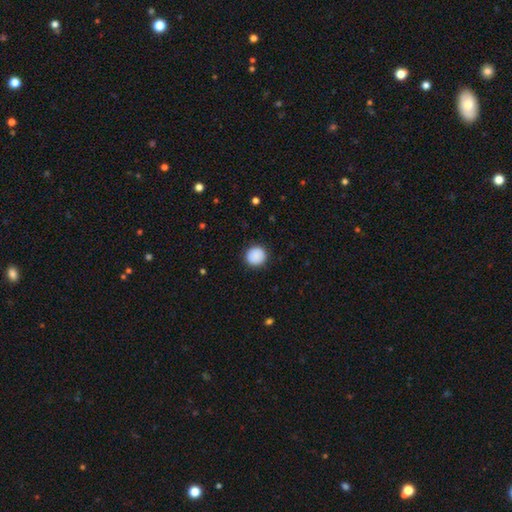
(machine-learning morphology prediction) The model was most divided on "smooth or featured": smooth: 90%, star or artifact: 8%, featured or disk: 3%. More confident: how rounded — round (94%); merging — none (92%).